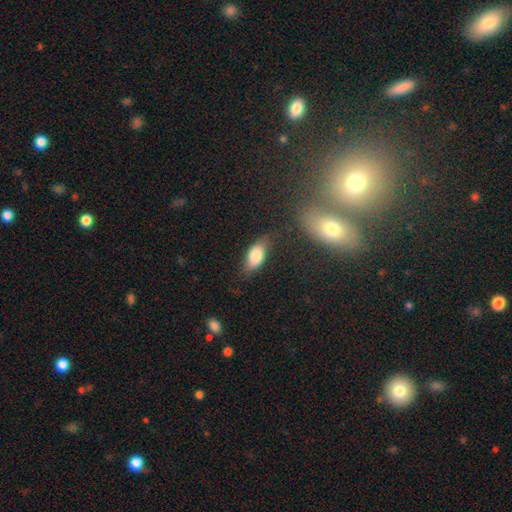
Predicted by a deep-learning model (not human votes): Smooth or featured?
  - smooth: 81% *
  - featured or disk: 12%
  - star or artifact: 7%
How rounded?
  - in between: 87% *
  - cigar-shaped: 9%
  - round: 4%
Merging?
  - none: 66% *
  - minor disturbance: 24%
  - major disturbance: 7%
  - merger: 3%